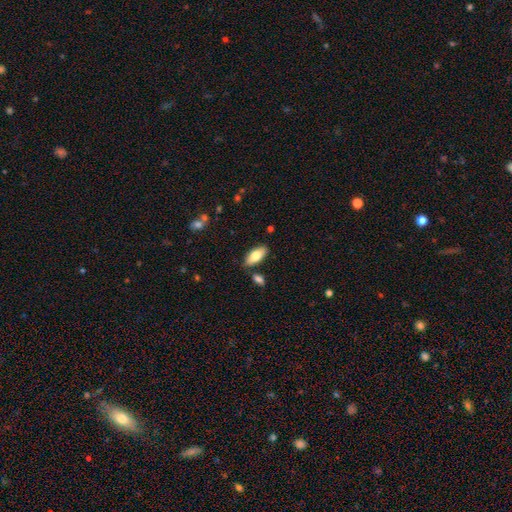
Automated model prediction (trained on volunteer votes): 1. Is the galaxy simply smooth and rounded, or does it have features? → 75% smooth, 19% featured or disk, 6% star or artifact.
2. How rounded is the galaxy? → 86% in between, 12% cigar-shaped, 2% round.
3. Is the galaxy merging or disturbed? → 83% none, 10% minor disturbance, 4% merger, 2% major disturbance.